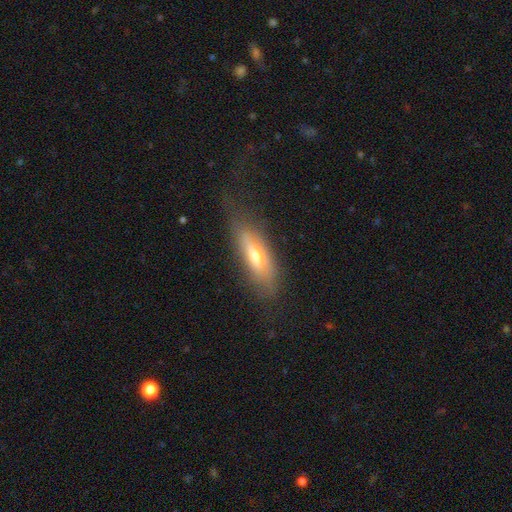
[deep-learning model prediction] Overall: smooth (56%; featured or disk 36%). How rounded: in between (51%; cigar-shaped 46%). Merging: none (60%; minor disturbance 25%).